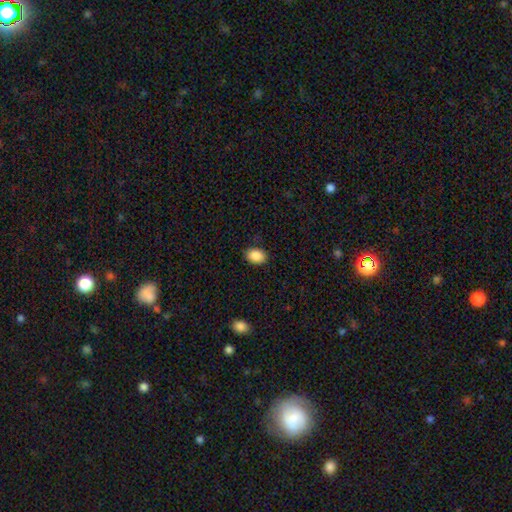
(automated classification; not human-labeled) Q: Smooth or featured?
A: smooth (88%); runner-up: star or artifact (8%)
Q: How rounded?
A: in between (78%); runner-up: round (21%)
Q: Merging?
A: none (85%); runner-up: minor disturbance (12%)